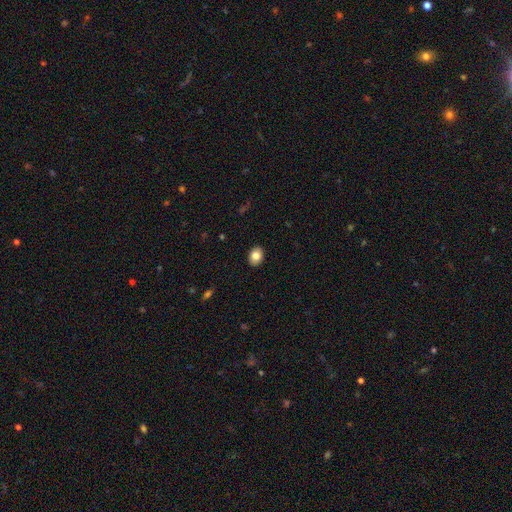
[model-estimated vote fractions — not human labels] smooth_or_featured: smooth (p=0.83) [alt: featured or disk p=0.09]
how_rounded: in between (p=0.65) [alt: round p=0.34]
merging: none (p=0.90) [alt: minor disturbance p=0.07]